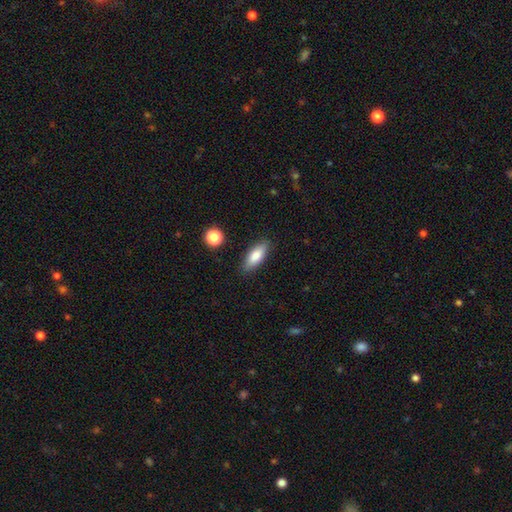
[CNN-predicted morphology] smooth 80%, featured or disk 13%, star or artifact 7%. Down the decision tree: how rounded — in between (71%); merging — none (85%).